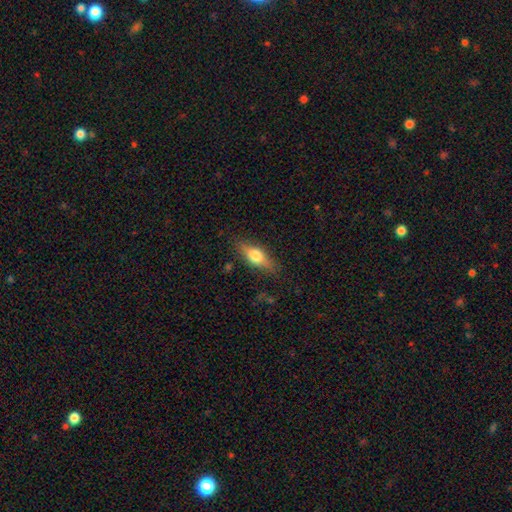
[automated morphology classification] The model was most divided on "smooth or featured": smooth: 60%, featured or disk: 33%, star or artifact: 7%. More confident: merging — none (82%); how rounded — in between (63%).